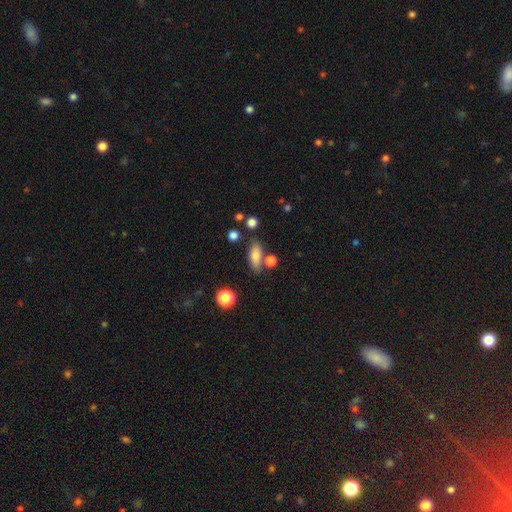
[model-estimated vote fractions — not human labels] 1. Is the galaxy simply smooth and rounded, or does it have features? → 79% smooth, 11% featured or disk, 10% star or artifact.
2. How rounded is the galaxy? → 72% in between, 21% cigar-shaped, 7% round.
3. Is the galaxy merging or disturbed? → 67% none, 14% minor disturbance, 14% merger, 5% major disturbance.